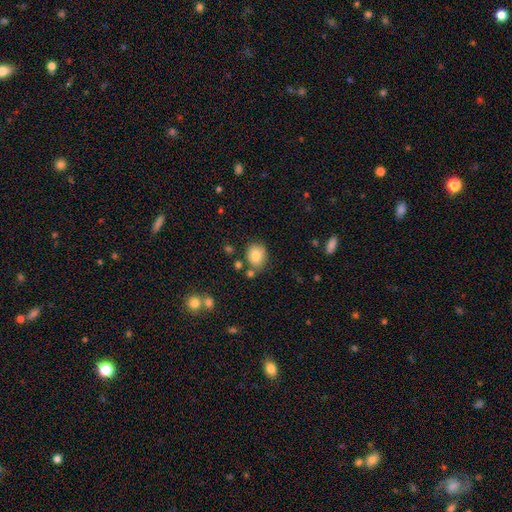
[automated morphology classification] Smooth or featured? Predicted: smooth (p=0.83). How rounded? Predicted: round (p=0.59). Merging? Predicted: none (p=0.72).